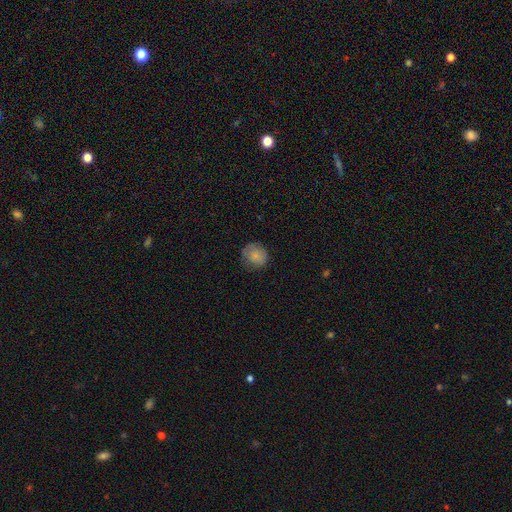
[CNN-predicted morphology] A smooth galaxy with no disk features (81%) that is round (86%).

Vote fractions:
- Smooth or featured? smooth: 81% / featured or disk: 11% / star or artifact: 9%
- How rounded? round: 86% / in between: 13% / cigar-shaped: 1%
- Merging? none: 74% / minor disturbance: 19% / major disturbance: 5% / merger: 1%